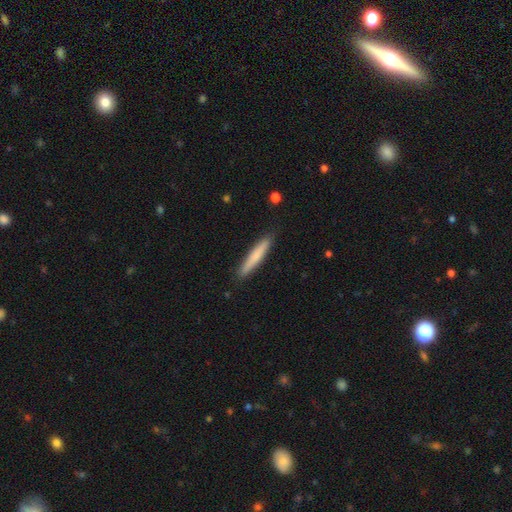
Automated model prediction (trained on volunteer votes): The model was most divided on "smooth or featured": smooth: 72%, featured or disk: 23%, star or artifact: 5%. More confident: how rounded — cigar-shaped (93%); merging — none (89%).